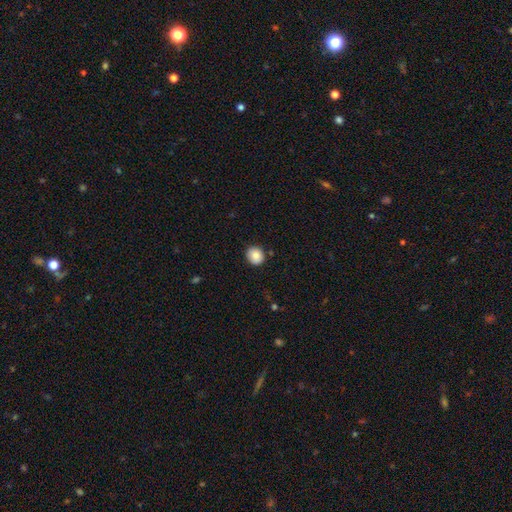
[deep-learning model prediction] This appears to be a smooth galaxy with no disk features (85%) that is round (82%). Merging: none (88%).